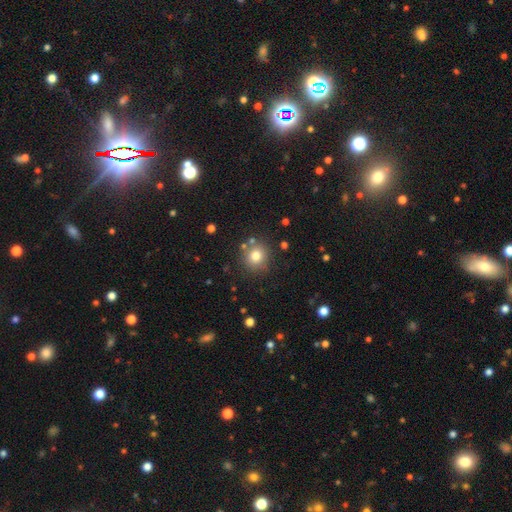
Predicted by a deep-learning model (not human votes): This appears to be a smooth galaxy with no disk features (77%) that is round (89%). Merging: none (81%).